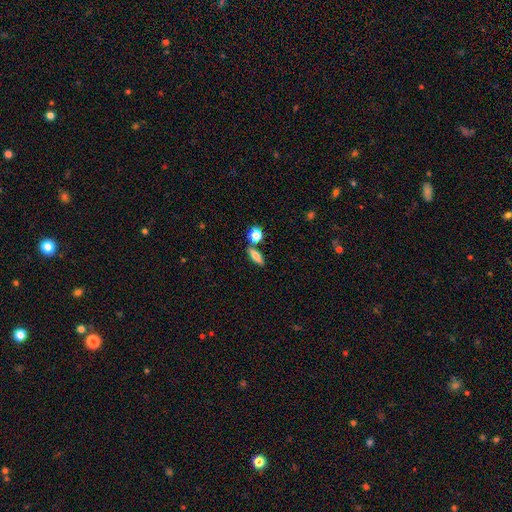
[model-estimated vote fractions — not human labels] smooth_or_featured: smooth (p=0.70) [alt: featured or disk p=0.21]
how_rounded: in between (p=0.50) [alt: cigar-shaped p=0.40]
merging: none (p=0.73) [alt: merger p=0.14]